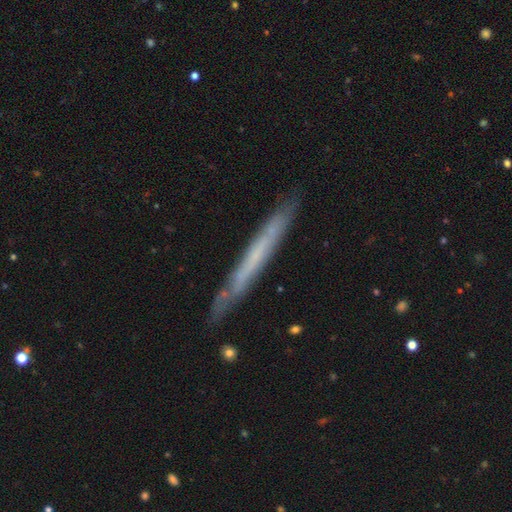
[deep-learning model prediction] This appears to be a featured or disk galaxy (53%) viewed edge-on (90%). Merging: none (84%).